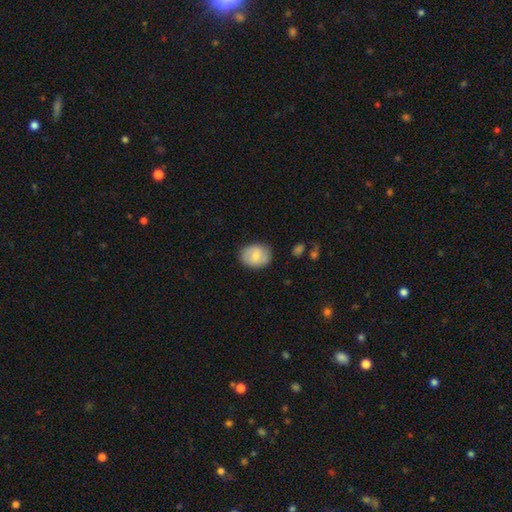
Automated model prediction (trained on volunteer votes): A smooth galaxy with no disk features (70%) that is in between round and cigar-shaped (54%). Merging: none (83%).